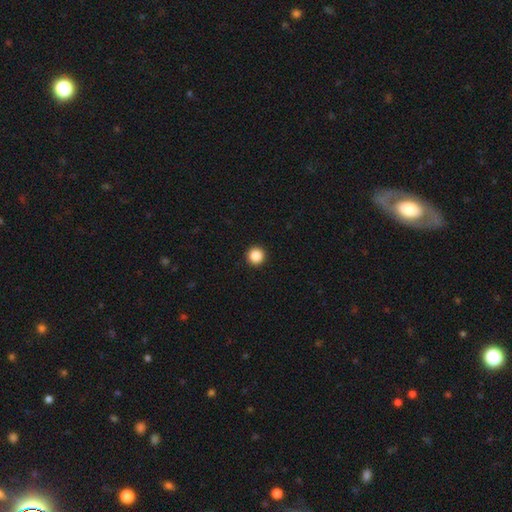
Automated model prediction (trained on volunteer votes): Q: Smooth or featured?
A: smooth (87%); runner-up: star or artifact (10%)
Q: How rounded?
A: round (96%); runner-up: in between (3%)
Q: Merging?
A: none (94%); runner-up: minor disturbance (4%)